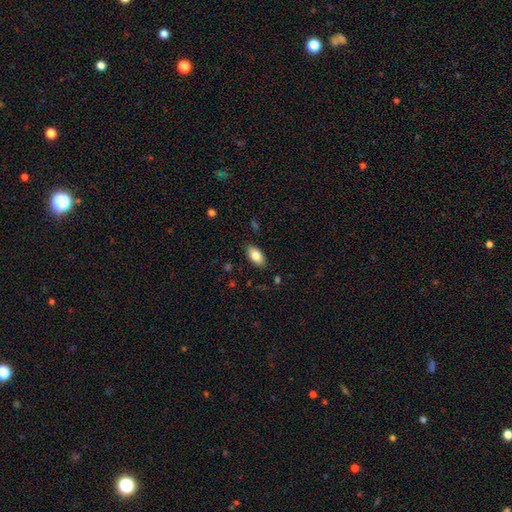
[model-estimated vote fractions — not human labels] Smooth or featured? Predicted: smooth (p=0.81). How rounded? Predicted: in between (p=0.92). Merging? Predicted: none (p=0.86).